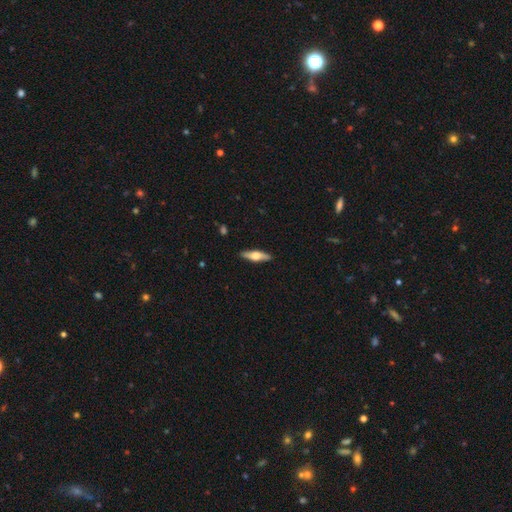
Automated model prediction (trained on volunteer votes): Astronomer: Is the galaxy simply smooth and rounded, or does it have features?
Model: featured or disk — 50% (runner-up: smooth, 45%).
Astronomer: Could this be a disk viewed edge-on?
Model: yes — 91%.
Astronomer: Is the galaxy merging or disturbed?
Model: none — 90%.